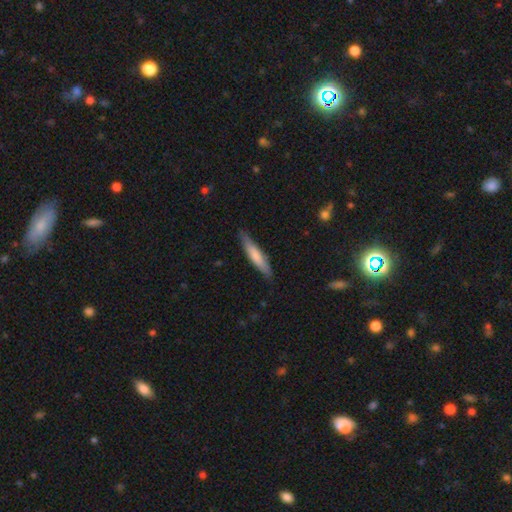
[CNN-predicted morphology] This appears to be a smooth galaxy with no disk features (69%) that is cigar-shaped (89%). Merging: none (85%).